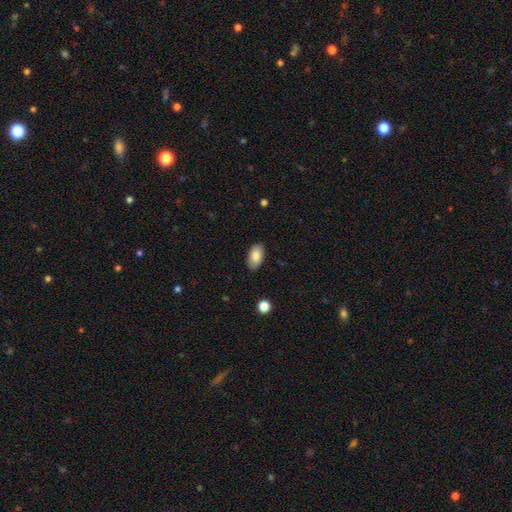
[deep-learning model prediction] The model was most divided on "smooth or featured": smooth: 83%, featured or disk: 10%, star or artifact: 7%. More confident: how rounded — in between (94%); merging — none (87%).